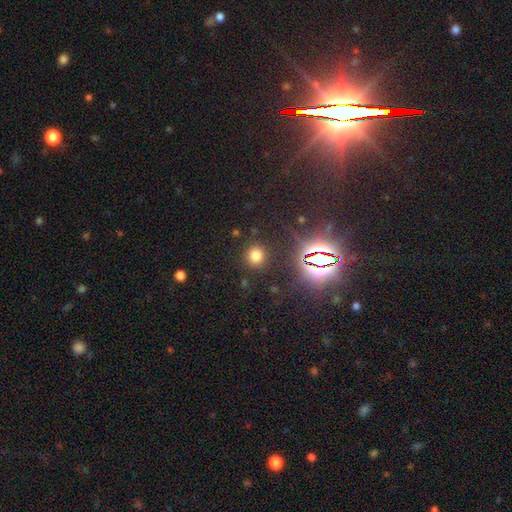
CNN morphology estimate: smooth_or_featured: smooth (p=0.70) [alt: star or artifact p=0.24]
how_rounded: round (p=0.87) [alt: in between p=0.12]
merging: none (p=0.87) [alt: minor disturbance p=0.07]